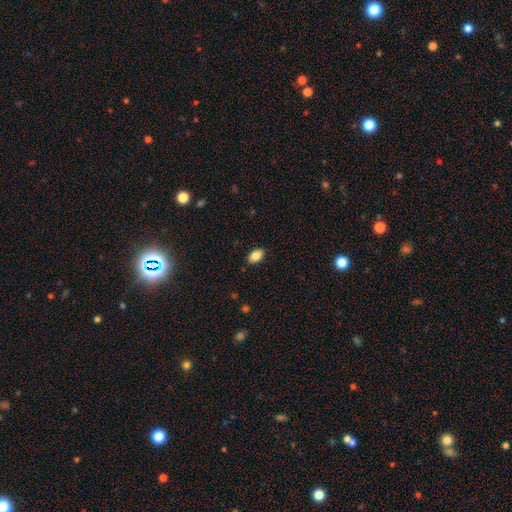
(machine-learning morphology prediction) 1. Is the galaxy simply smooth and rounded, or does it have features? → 85% smooth, 8% star or artifact, 7% featured or disk.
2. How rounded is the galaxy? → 90% in between, 8% round, 2% cigar-shaped.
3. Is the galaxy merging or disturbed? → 88% none, 9% minor disturbance, 2% major disturbance, 1% merger.